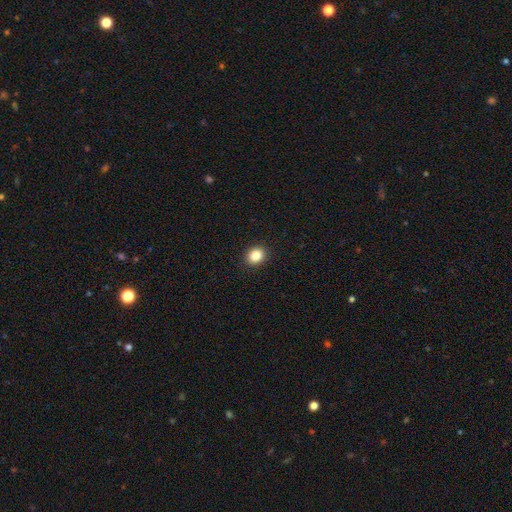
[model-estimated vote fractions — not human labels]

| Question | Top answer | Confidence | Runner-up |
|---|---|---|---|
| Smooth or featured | smooth | 85% | star or artifact (10%) |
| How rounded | round | 59% | in between (40%) |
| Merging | none | 91% | minor disturbance (6%) |